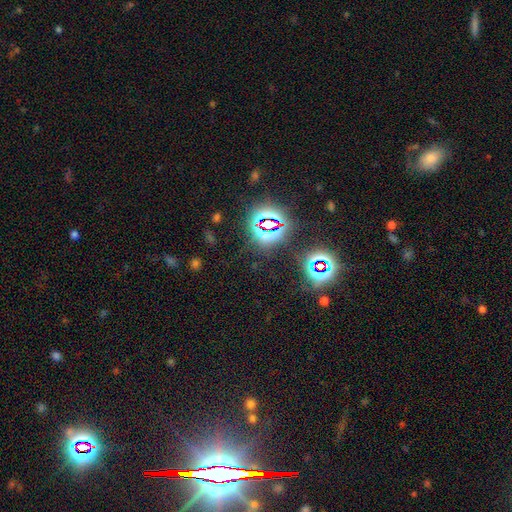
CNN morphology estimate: This is clearly a star or artifact rather than a galaxy (81%).